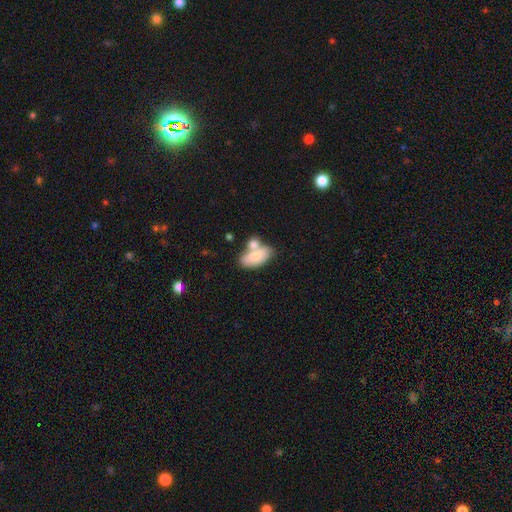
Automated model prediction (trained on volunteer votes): smooth 76%, featured or disk 17%, star or artifact 6%. Down the decision tree: how rounded — in between (91%); merging — merger (44%).